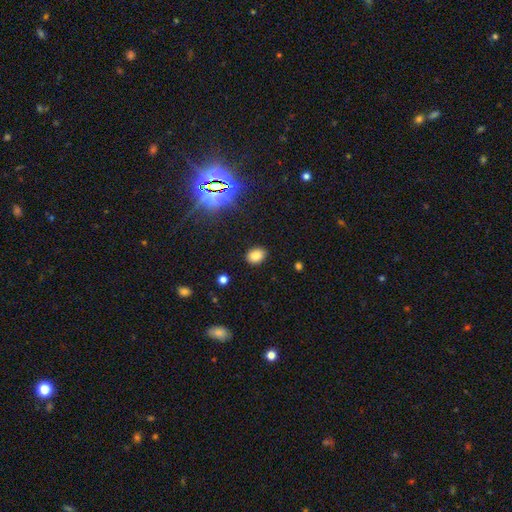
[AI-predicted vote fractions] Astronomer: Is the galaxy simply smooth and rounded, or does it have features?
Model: smooth — 81%.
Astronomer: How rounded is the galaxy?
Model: in between — 69%.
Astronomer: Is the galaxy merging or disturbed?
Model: none — 88%.